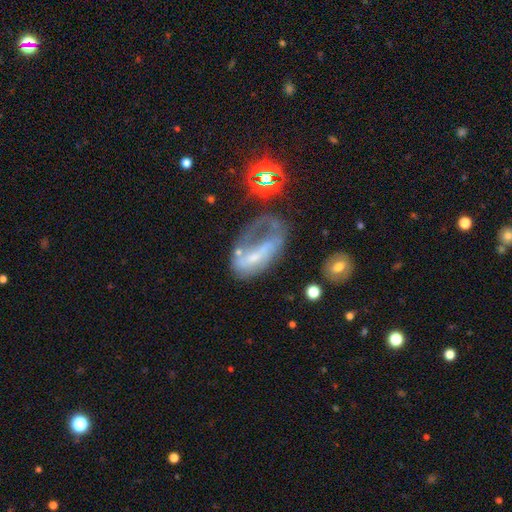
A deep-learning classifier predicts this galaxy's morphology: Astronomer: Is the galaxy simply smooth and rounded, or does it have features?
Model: featured or disk — 60%.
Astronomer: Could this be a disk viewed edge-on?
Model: no — 92%.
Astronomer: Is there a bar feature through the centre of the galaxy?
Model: no — 46% (runner-up: weak, 32%).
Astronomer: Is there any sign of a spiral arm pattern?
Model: no — 51% (runner-up: yes, 49%).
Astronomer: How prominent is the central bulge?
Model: small — 49% (runner-up: none, 25%).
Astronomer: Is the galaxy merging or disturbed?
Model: major disturbance — 44% (runner-up: none, 26%).